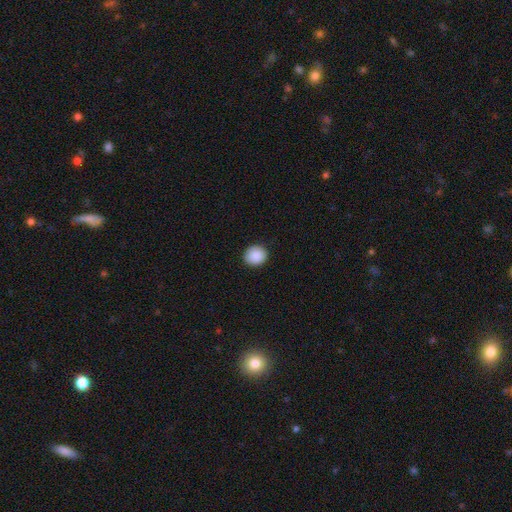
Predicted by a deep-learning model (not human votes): Smooth or featured? smooth (89%)
How rounded? round (81%)
Merging? none (90%)